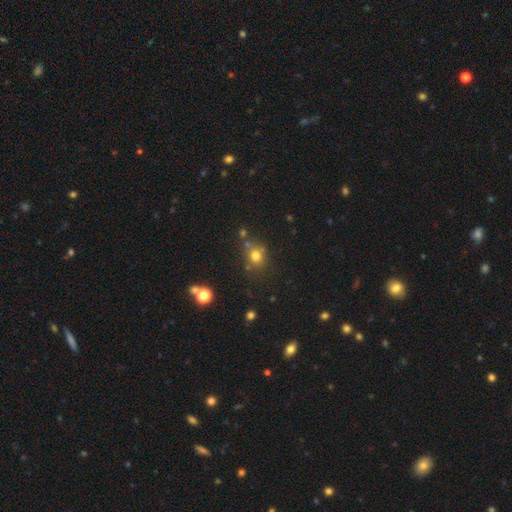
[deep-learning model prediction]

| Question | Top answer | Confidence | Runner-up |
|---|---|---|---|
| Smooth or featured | smooth | 74% | star or artifact (17%) |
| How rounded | round | 73% | in between (26%) |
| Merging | none | 68% | minor disturbance (14%) |